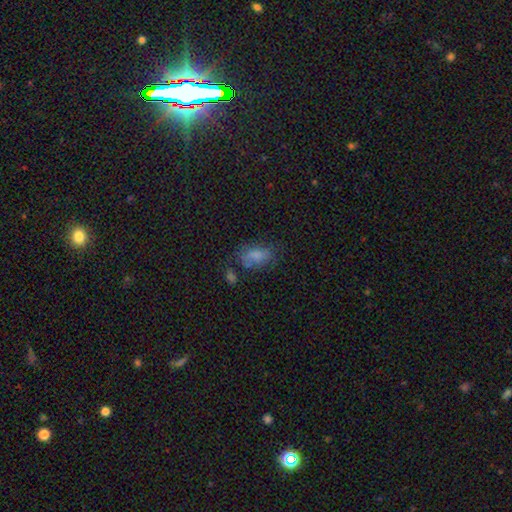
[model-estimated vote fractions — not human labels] Smooth or featured? Predicted: smooth (p=0.75). How rounded? Predicted: in between (p=0.87). Merging? Predicted: none (p=0.55).